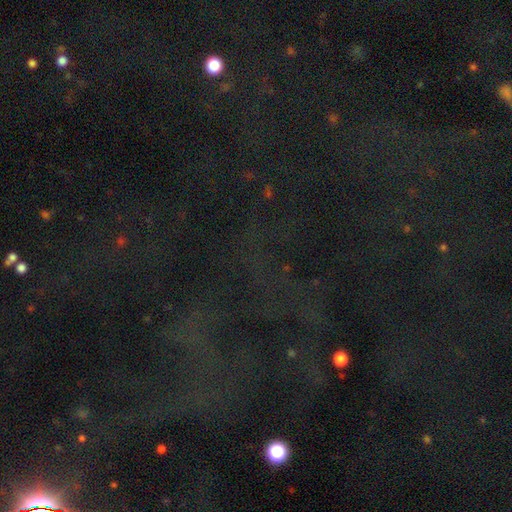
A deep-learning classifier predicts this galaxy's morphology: Smooth or featured?
  - star or artifact: 76% *
  - smooth: 13%
  - featured or disk: 11%